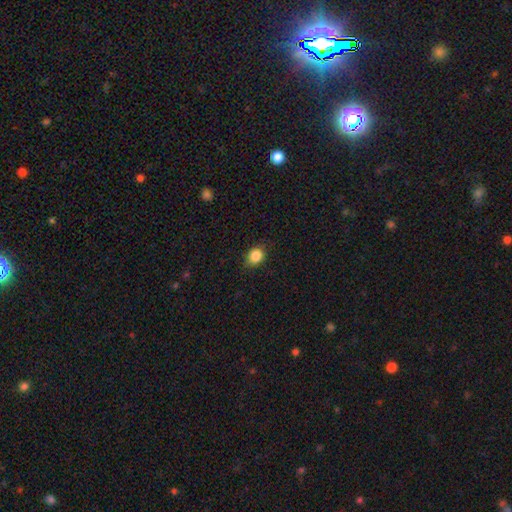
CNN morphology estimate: Smooth or featured?
  - smooth: 86% *
  - star or artifact: 9%
  - featured or disk: 5%
How rounded?
  - in between: 50% *
  - round: 49%
  - cigar-shaped: 1%
Merging?
  - none: 80% *
  - minor disturbance: 16%
  - major disturbance: 3%
  - merger: 1%